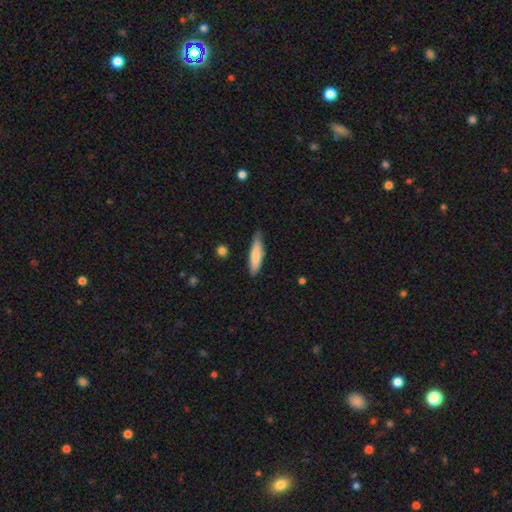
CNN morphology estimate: smooth-or-featured: smooth: 76% | featured or disk: 18% | star or artifact: 6%
  how-rounded: cigar-shaped: 74% | in between: 24% | round: 2%
  merging: none: 73% | minor disturbance: 22% | major disturbance: 3% | merger: 2%